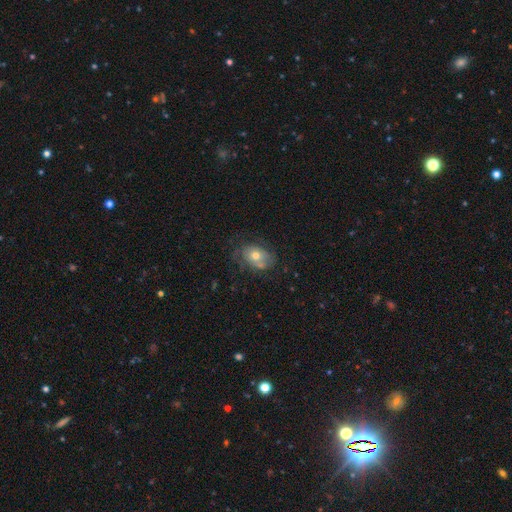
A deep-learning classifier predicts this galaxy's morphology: Smooth or featured?
  - smooth: 51% *
  - featured or disk: 40%
  - star or artifact: 9%
How rounded?
  - in between: 72% *
  - round: 27%
  - cigar-shaped: 1%
Merging?
  - none: 52% *
  - minor disturbance: 27%
  - major disturbance: 14%
  - merger: 7%